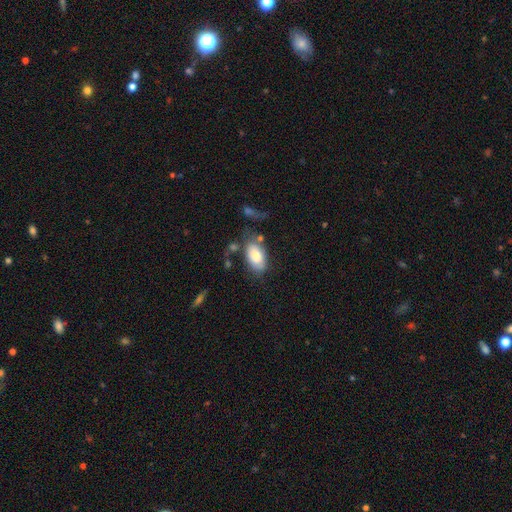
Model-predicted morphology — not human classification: This appears to be a smooth galaxy with no disk features (77%) that is in between round and cigar-shaped (93%). Merging: none (55%).